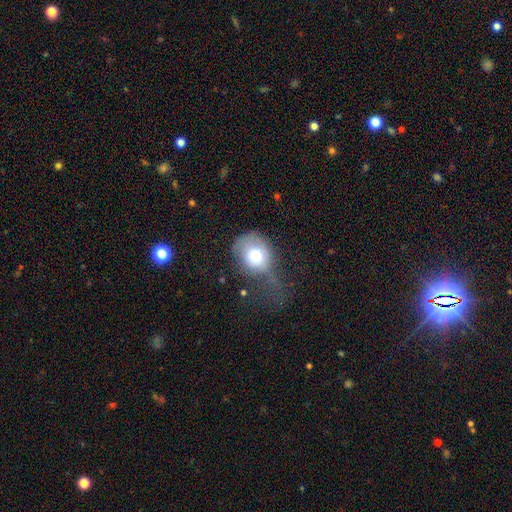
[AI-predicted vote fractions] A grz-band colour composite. It shows a smooth galaxy with no disk features (71%) that is round (69%). Merging: major disturbance (38%).